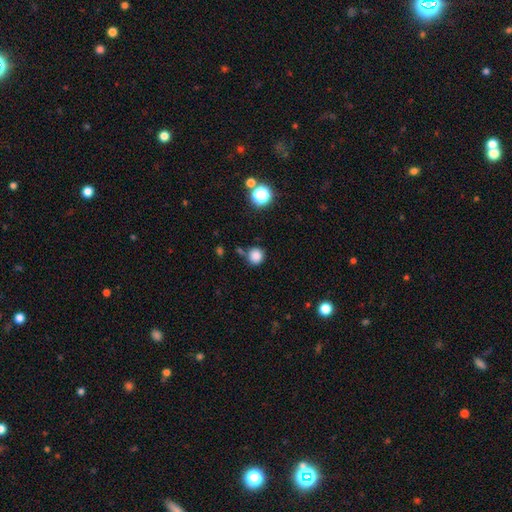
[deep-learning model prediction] This appears to be a smooth galaxy with no disk features (84%) that is round (91%). Merging: none (76%).